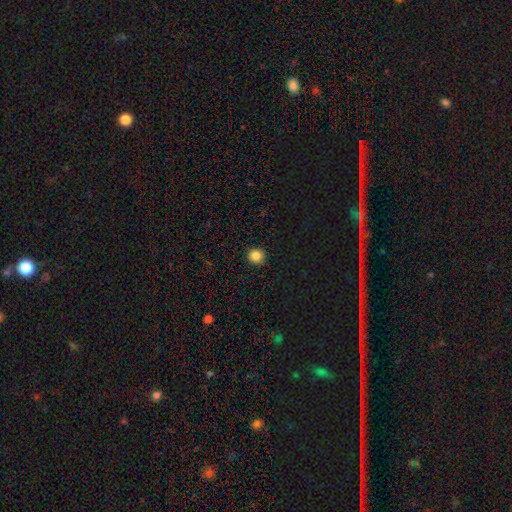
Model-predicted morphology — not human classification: Smooth or featured? Predicted: smooth (p=0.85). How rounded? Predicted: round (p=0.95). Merging? Predicted: none (p=0.92).